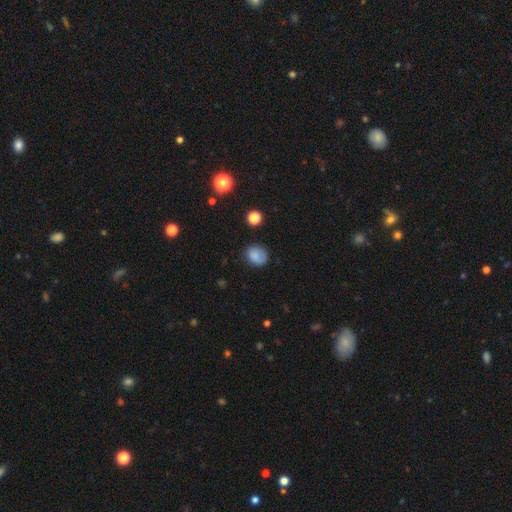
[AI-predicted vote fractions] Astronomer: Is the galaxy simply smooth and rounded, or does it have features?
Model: smooth — 82%.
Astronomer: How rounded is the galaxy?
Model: round — 60% (runner-up: in between, 39%).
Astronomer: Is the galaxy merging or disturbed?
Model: none — 71%.